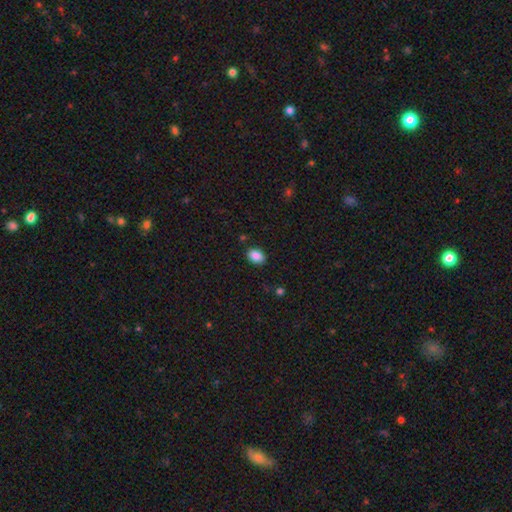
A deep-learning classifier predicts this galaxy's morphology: type=smooth (87%); roundness=in between (79%); merging=none (87%).